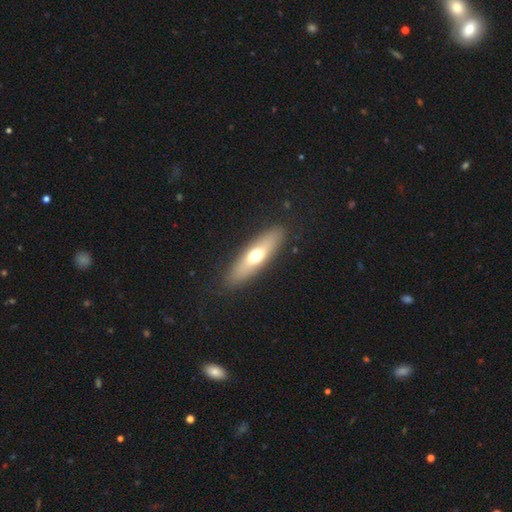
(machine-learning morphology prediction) A smooth galaxy with no disk features (56%) that is cigar-shaped (57%). Merging: none (88%).